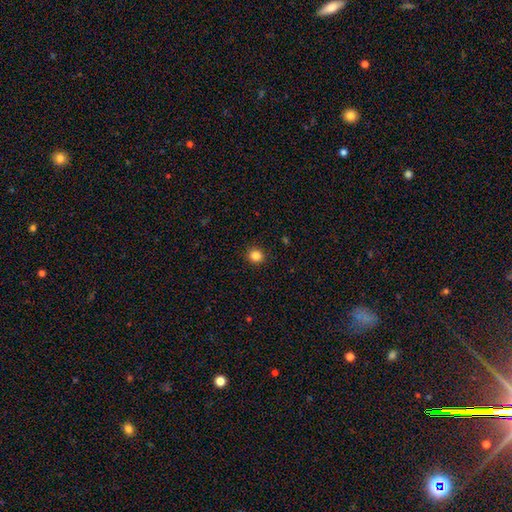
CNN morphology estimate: Smooth or featured?
  - smooth: 85% *
  - star or artifact: 12%
  - featured or disk: 4%
How rounded?
  - round: 90% *
  - in between: 9%
  - cigar-shaped: 1%
Merging?
  - none: 92% *
  - minor disturbance: 6%
  - major disturbance: 2%
  - merger: 1%